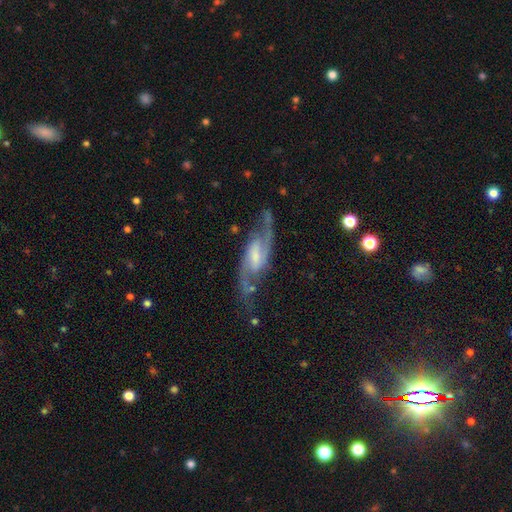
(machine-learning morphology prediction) smooth_or_featured: featured or disk (p=0.90) [alt: star or artifact p=0.05]
disk_edge_on: no (p=0.94) [alt: yes p=0.06]
bar: weak (p=0.51) [alt: strong p=0.27]
has_spiral_arms: yes (p=0.98) [alt: no p=0.02]
spiral_winding: medium (p=0.47) [alt: loose p=0.42]
spiral_arm_count: 2 (p=0.94) [alt: can't tell p=0.02]
bulge_size: moderate (p=0.35) [tied with: small p=0.35]
merging: none (p=0.72) [alt: minor disturbance p=0.16]